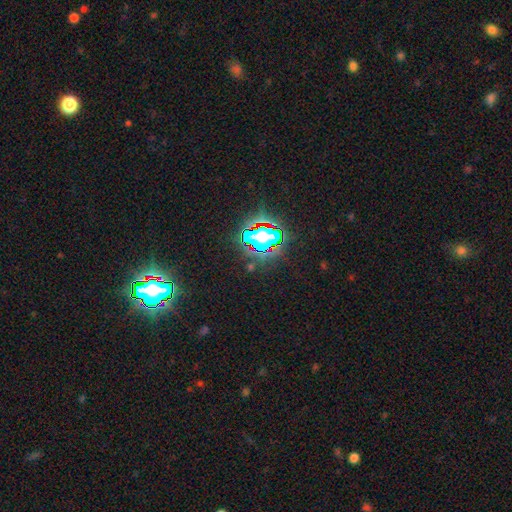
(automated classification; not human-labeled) smooth-or-featured: star or artifact: 80% | smooth: 12% | featured or disk: 8%